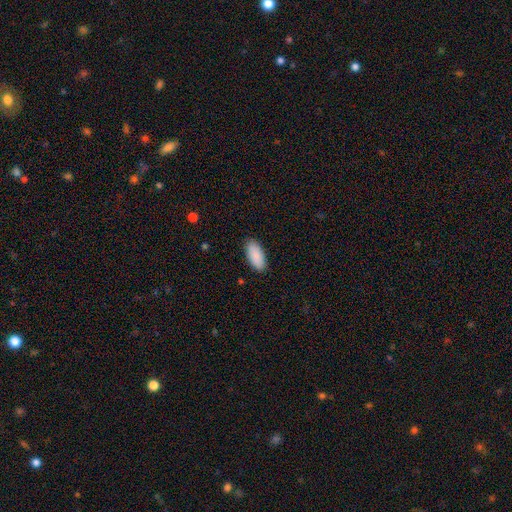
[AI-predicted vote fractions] smooth_or_featured: smooth (p=0.91) [alt: star or artifact p=0.06]
how_rounded: in between (p=0.90) [alt: cigar-shaped p=0.09]
merging: none (p=0.88) [alt: minor disturbance p=0.09]